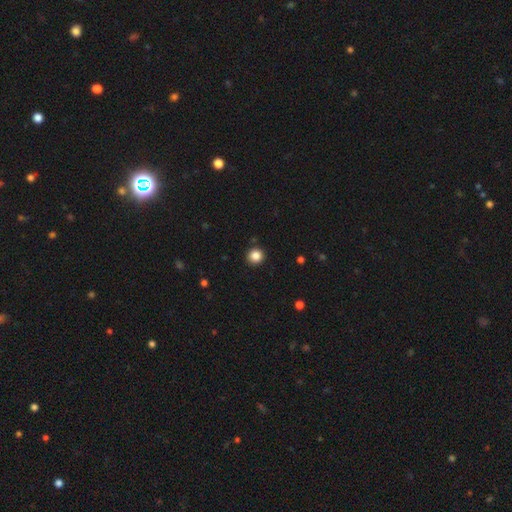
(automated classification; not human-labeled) The model was most divided on "smooth or featured": smooth: 85%, star or artifact: 11%, featured or disk: 4%. More confident: how rounded — round (93%); merging — none (92%).